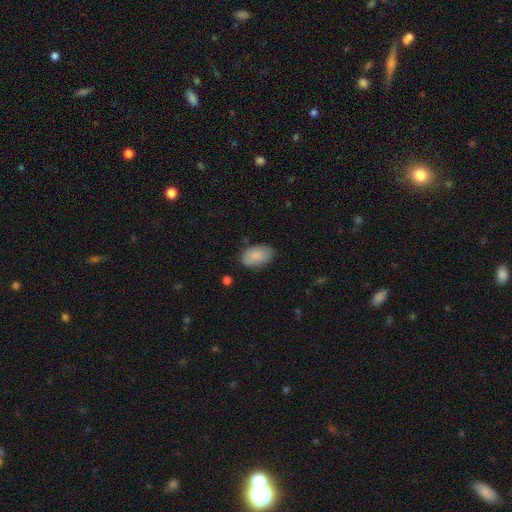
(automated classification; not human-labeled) Morphology: type=smooth (87%); roundness=in between (92%); merging=none (79%).